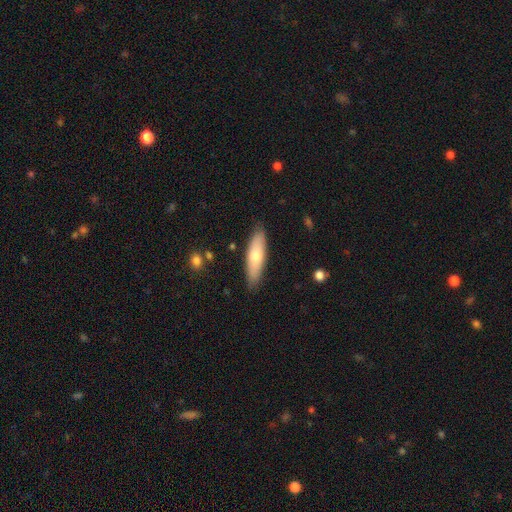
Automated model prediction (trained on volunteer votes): Smooth or featured? smooth (65%)
How rounded? cigar-shaped (54%)
Merging? none (86%)